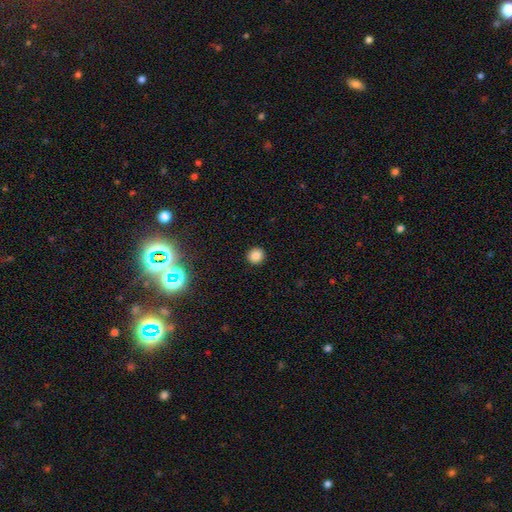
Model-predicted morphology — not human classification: The model was most divided on "smooth or featured": smooth: 85%, star or artifact: 12%, featured or disk: 4%. More confident: merging — none (93%); how rounded — round (92%).